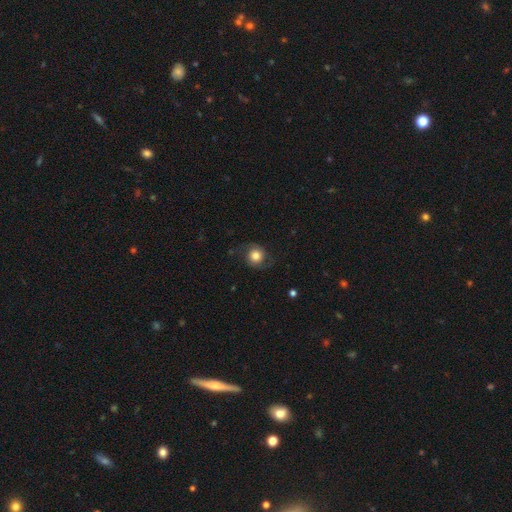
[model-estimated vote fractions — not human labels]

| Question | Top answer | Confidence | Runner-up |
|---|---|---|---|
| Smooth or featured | smooth | 53% | featured or disk (37%) |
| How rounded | round | 87% | in between (12%) |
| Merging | none | 72% | minor disturbance (17%) |